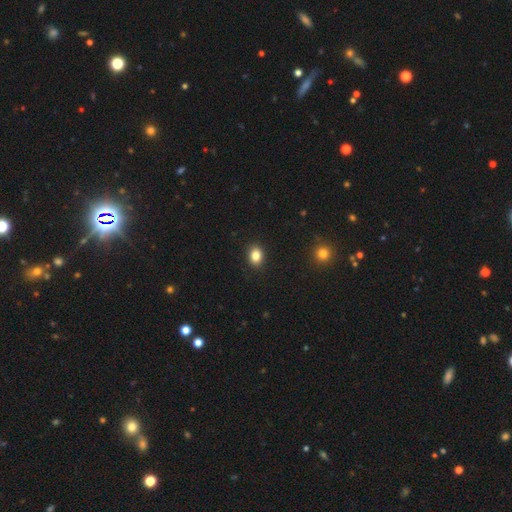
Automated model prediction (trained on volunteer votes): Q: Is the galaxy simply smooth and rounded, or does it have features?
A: smooth — 84%.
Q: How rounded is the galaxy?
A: in between — 61%.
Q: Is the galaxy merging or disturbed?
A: none — 90%.